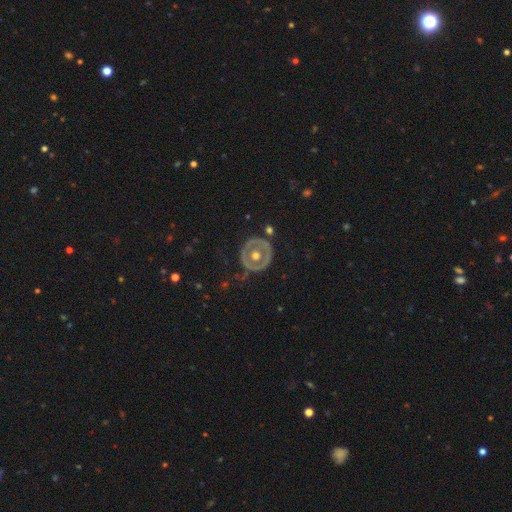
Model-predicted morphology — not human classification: smooth_or_featured: featured or disk (p=0.60) [alt: smooth p=0.33]
disk_edge_on: no (p=0.93) [alt: yes p=0.07]
bar: no (p=0.91) [alt: weak p=0.07]
has_spiral_arms: no (p=0.92) [alt: yes p=0.08]
bulge_size: moderate (p=0.74) [alt: large p=0.17]
merging: none (p=0.78) [alt: minor disturbance p=0.14]